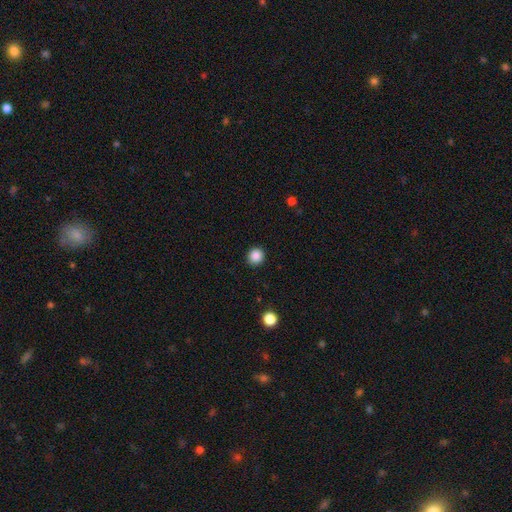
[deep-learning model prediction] Morphology: type=smooth (87%); roundness=round (92%); merging=none (92%).